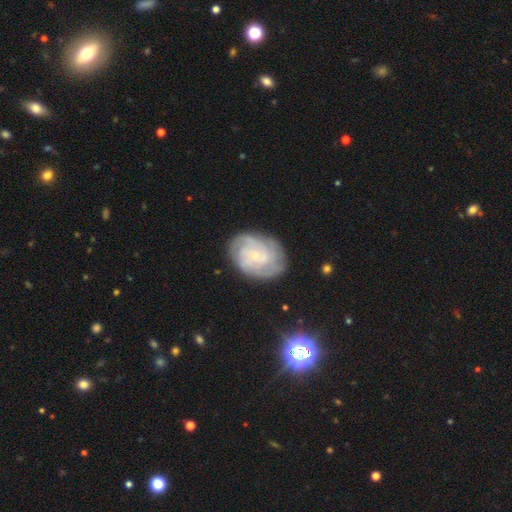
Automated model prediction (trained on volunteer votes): Smooth or featured? Predicted: featured or disk (p=0.78). Edge-on disk? Predicted: no (p=0.97). Bar? Predicted: no (p=0.74). Spiral arms? Predicted: yes (p=0.92). Spiral winding? Predicted: tight (p=0.67). Spiral arm count? Predicted: can't tell (p=0.39). Bulge size? Predicted: small (p=0.80). Merging? Predicted: none (p=0.75).